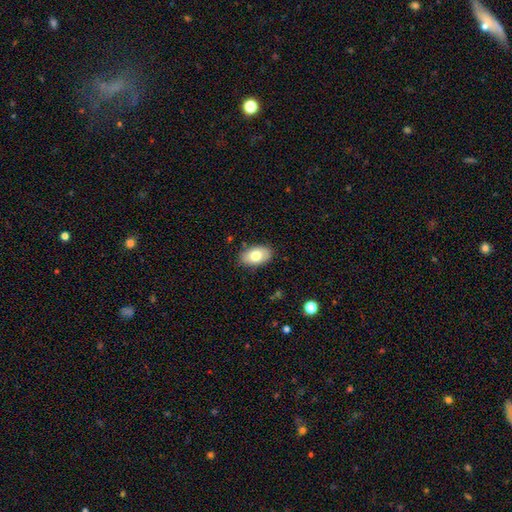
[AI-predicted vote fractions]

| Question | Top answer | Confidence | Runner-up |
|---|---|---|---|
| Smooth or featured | smooth | 77% | featured or disk (16%) |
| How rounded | in between | 92% | round (7%) |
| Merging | none | 85% | minor disturbance (12%) |